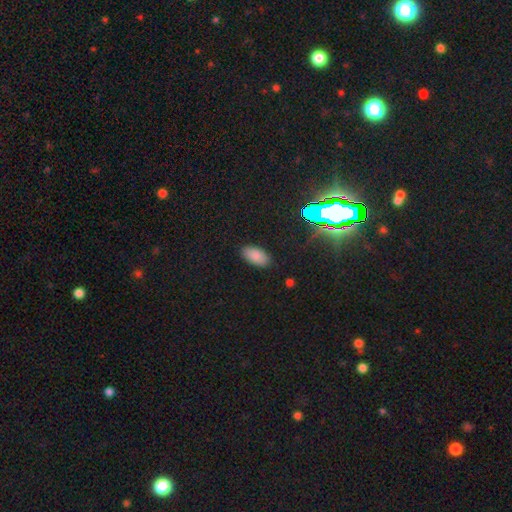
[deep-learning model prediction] smooth-or-featured: smooth: 84% | star or artifact: 11% | featured or disk: 5%
  how-rounded: in between: 94% | round: 3% | cigar-shaped: 3%
  merging: none: 87% | minor disturbance: 10% | major disturbance: 2% | merger: 1%